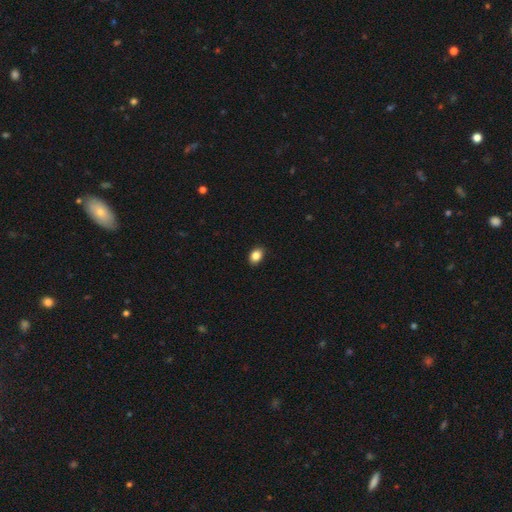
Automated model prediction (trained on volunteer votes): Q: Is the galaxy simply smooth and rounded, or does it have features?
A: smooth — 86%.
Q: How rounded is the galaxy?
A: in between — 72%.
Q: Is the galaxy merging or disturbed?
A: none — 89%.